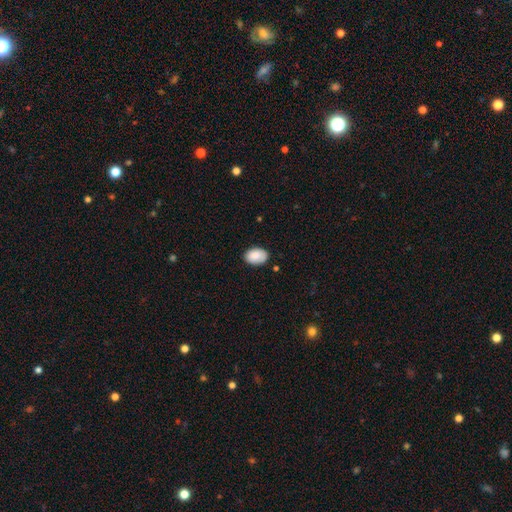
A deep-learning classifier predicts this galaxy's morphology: smooth 87%, star or artifact 7%, featured or disk 6%. Down the decision tree: how rounded — in between (84%); merging — none (80%).